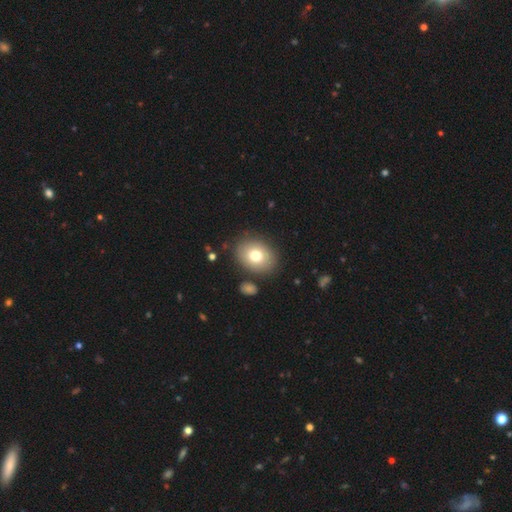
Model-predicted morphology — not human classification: smooth_or_featured: smooth (p=0.76) [alt: featured or disk p=0.15]
how_rounded: in between (p=0.60) [alt: round p=0.39]
merging: none (p=0.83) [alt: minor disturbance p=0.10]